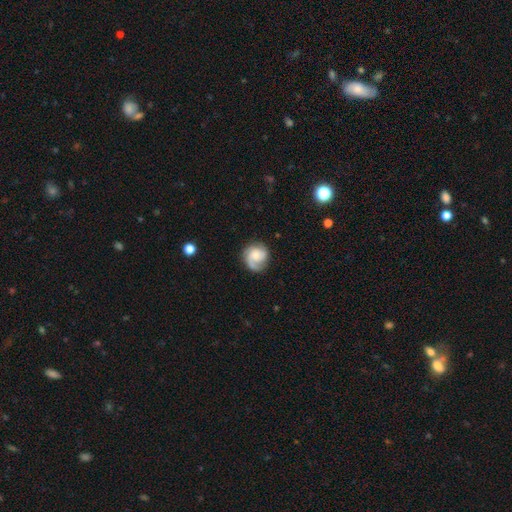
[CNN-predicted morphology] Q: Smooth or featured?
A: featured or disk (63%); runner-up: smooth (29%)
Q: Edge-on disk?
A: no (98%); runner-up: yes (2%)
Q: Bar?
A: no (70%); runner-up: weak (27%)
Q: Spiral arms?
A: yes (93%); runner-up: no (7%)
Q: Spiral winding?
A: tight (41%); runner-up: medium (40%)
Q: Spiral arm count?
A: 2 (45%); runner-up: 1 (30%)
Q: Bulge size?
A: moderate (39%); tied with: small (39%)
Q: Merging?
A: none (72%); runner-up: minor disturbance (18%)